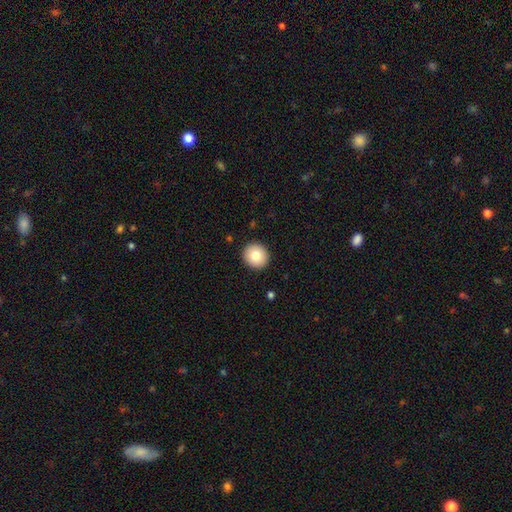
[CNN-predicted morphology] Q: Smooth or featured?
A: smooth (80%); runner-up: featured or disk (11%)
Q: How rounded?
A: round (91%); runner-up: in between (9%)
Q: Merging?
A: none (92%); runner-up: minor disturbance (5%)